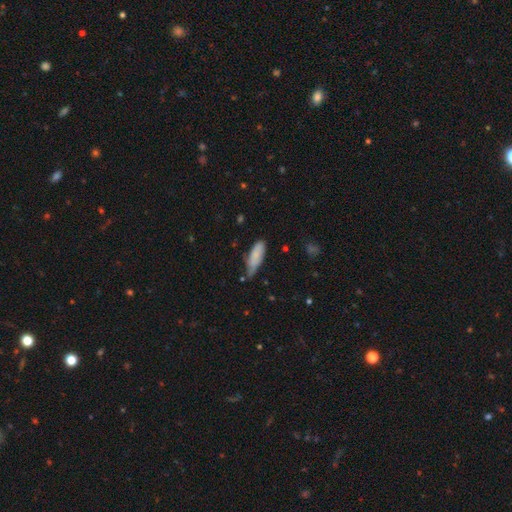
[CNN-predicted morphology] Smooth or featured: smooth — 79% (featured or disk — 15%)
How rounded: in between — 61% (cigar-shaped — 37%)
Merging: none — 46% (minor disturbance — 42%)